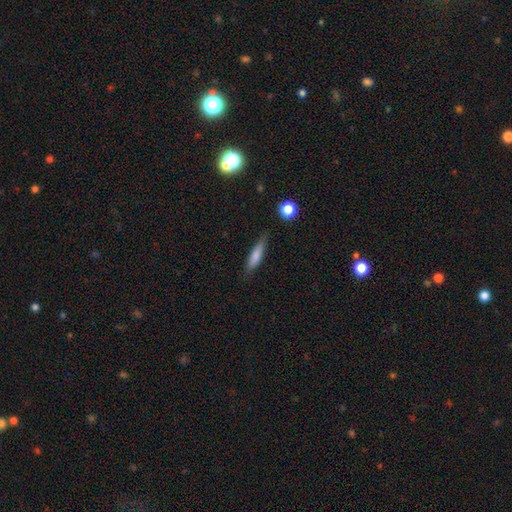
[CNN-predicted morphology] smooth-or-featured: smooth: 76% | featured or disk: 17% | star or artifact: 7%
  how-rounded: cigar-shaped: 77% | in between: 21% | round: 2%
  merging: none: 77% | minor disturbance: 17% | major disturbance: 4% | merger: 2%